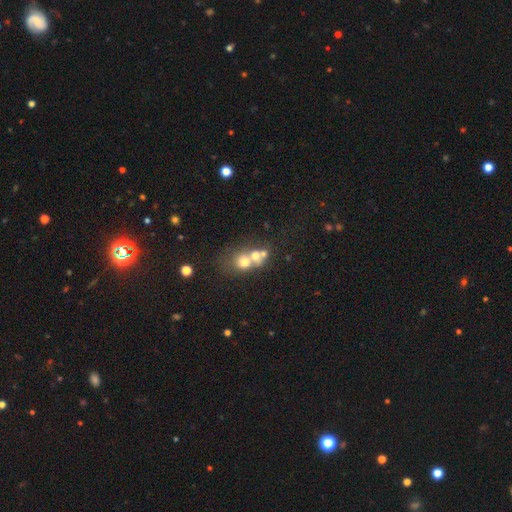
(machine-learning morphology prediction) type=smooth (60%); roundness=round (65%); merging=merger (66%).